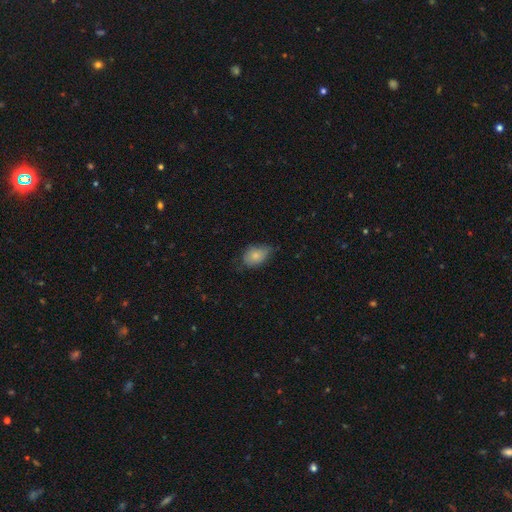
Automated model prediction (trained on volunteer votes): Smooth or featured?
  - smooth: 81% *
  - featured or disk: 11%
  - star or artifact: 8%
How rounded?
  - in between: 82% *
  - round: 17%
  - cigar-shaped: 2%
Merging?
  - none: 53% *
  - minor disturbance: 37%
  - major disturbance: 9%
  - merger: 1%